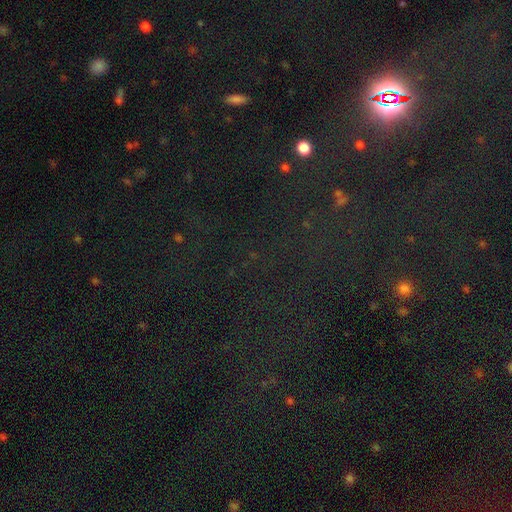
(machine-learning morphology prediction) Q: Smooth or featured?
A: star or artifact (77%); runner-up: smooth (14%)